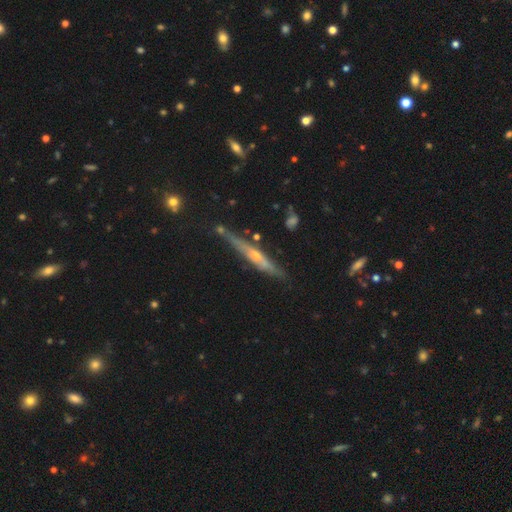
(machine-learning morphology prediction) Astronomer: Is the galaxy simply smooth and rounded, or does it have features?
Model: featured or disk — 72%.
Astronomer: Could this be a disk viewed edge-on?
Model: yes — 93%.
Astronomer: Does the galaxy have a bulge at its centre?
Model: rounded — 70%.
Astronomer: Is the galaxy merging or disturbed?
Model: none — 75%.